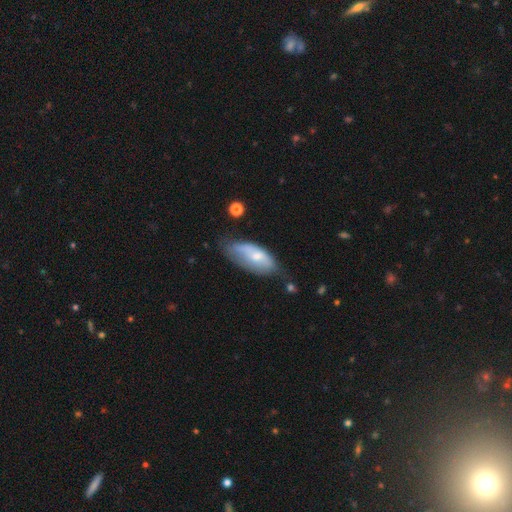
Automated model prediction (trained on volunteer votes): smooth_or_featured: smooth (p=0.60) [alt: featured or disk p=0.34]
how_rounded: in between (p=0.87) [alt: cigar-shaped p=0.11]
merging: none (p=0.41) [alt: minor disturbance p=0.38]